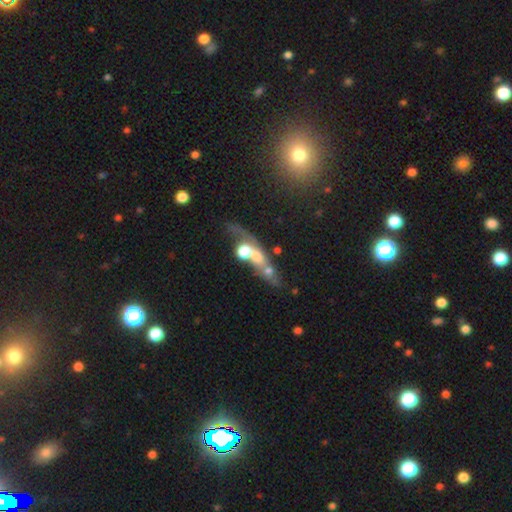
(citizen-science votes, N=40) Smooth or featured? 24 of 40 (60%) said featured or disk. Edge-on disk? 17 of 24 (71%) said yes. Edge-on bulge? 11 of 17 (65%) said rounded. Merging? 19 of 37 (51%) said none.